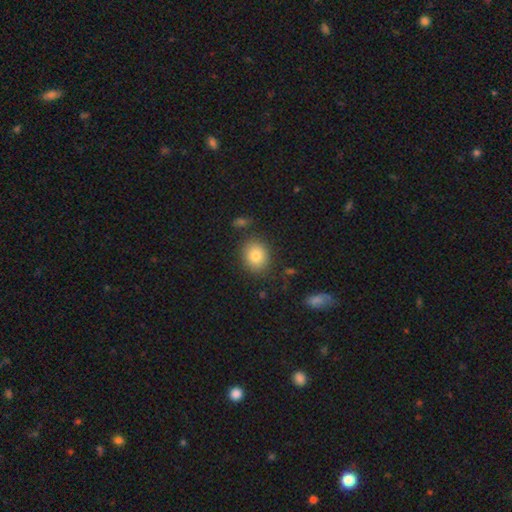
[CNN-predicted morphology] smooth 80%, featured or disk 10%, star or artifact 10%. Down the decision tree: how rounded — round (64%); merging — none (84%).